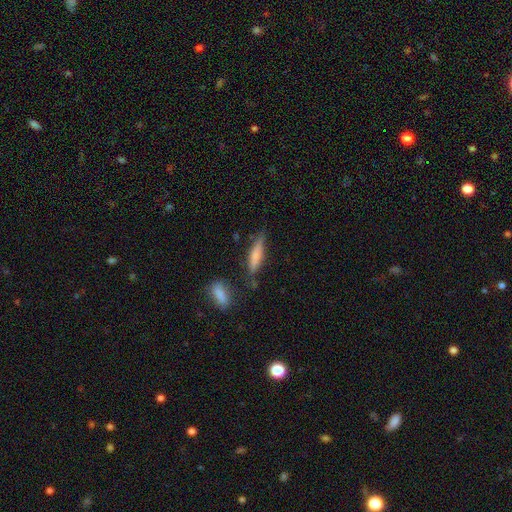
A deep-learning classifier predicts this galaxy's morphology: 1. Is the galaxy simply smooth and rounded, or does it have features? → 64% smooth, 29% featured or disk, 7% star or artifact.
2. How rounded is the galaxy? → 76% cigar-shaped, 22% in between, 2% round.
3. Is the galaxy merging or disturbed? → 68% none, 19% minor disturbance, 7% merger, 5% major disturbance.